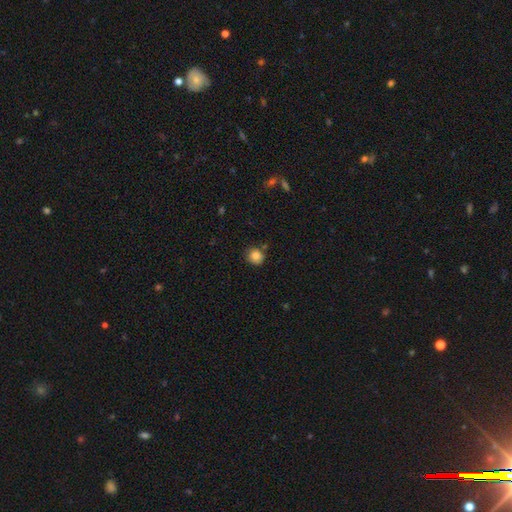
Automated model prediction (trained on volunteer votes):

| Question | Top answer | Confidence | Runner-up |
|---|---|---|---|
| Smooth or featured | smooth | 83% | star or artifact (10%) |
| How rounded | round | 90% | in between (9%) |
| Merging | none | 81% | minor disturbance (12%) |